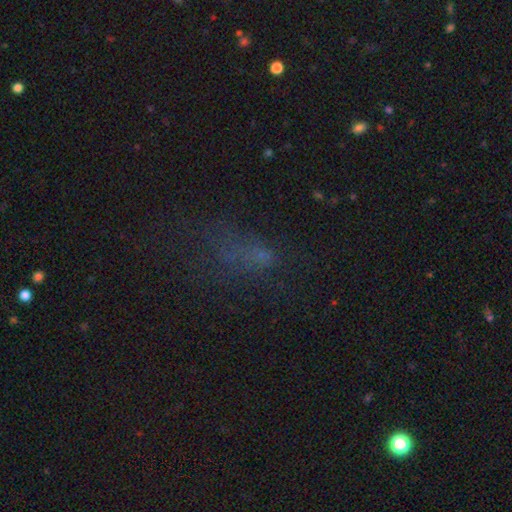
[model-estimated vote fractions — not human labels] Q: Smooth or featured?
A: smooth (41%); runner-up: star or artifact (35%)
Q: Merging?
A: none (39%); runner-up: major disturbance (37%)